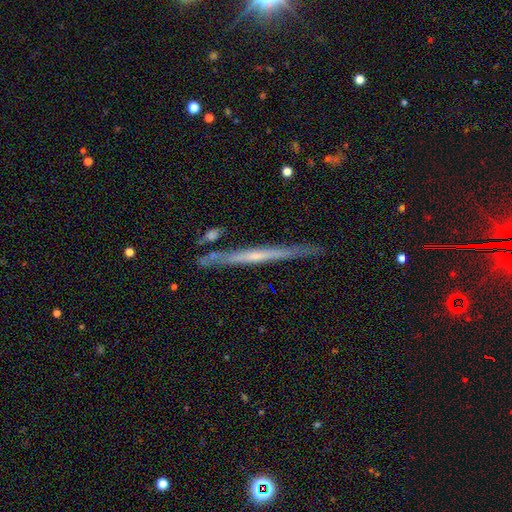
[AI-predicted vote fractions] This appears to be a featured or disk galaxy (69%) viewed edge-on (96%) with no central bulge (66%). Merging: none (82%).